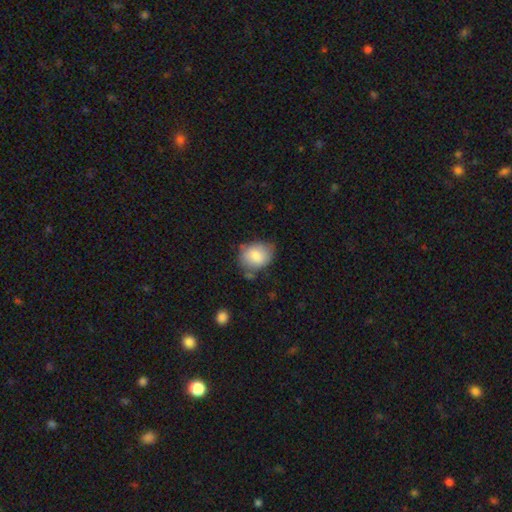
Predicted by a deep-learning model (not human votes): Smooth or featured: smooth — 81% (featured or disk — 12%)
How rounded: in between — 52% (round — 47%)
Merging: none — 63% (minor disturbance — 26%)